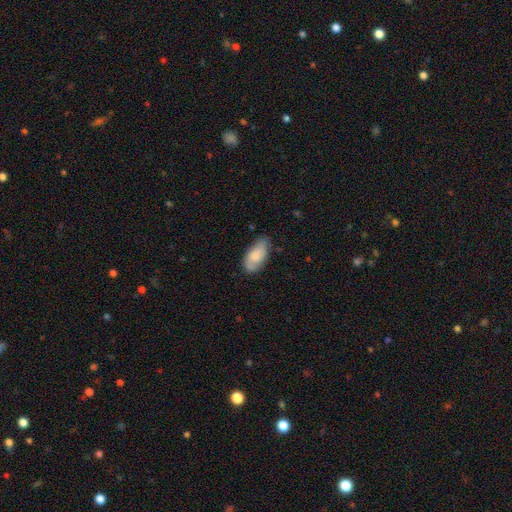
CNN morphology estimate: Smooth or featured? smooth (77%)
How rounded? in between (92%)
Merging? none (64%)